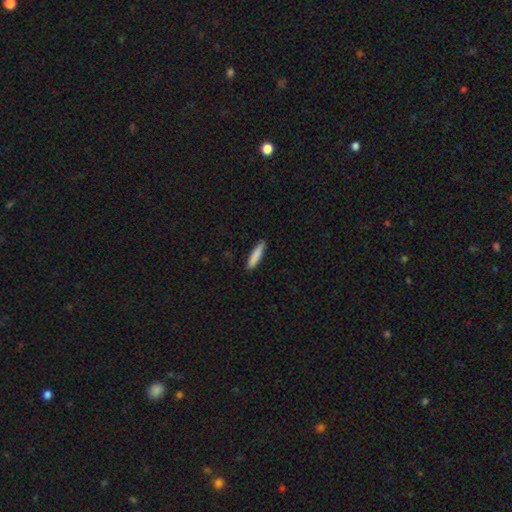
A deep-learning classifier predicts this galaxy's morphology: Overall: smooth (86%). How rounded: cigar-shaped (86%). Merging: none (88%).